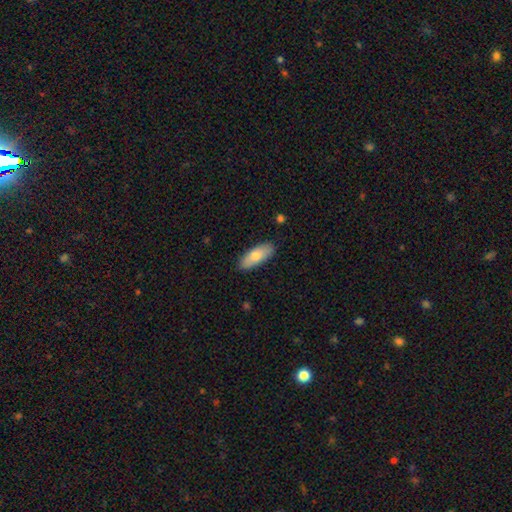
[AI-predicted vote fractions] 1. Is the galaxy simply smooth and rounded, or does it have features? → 76% smooth, 18% featured or disk, 6% star or artifact.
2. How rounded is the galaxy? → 78% in between, 20% cigar-shaped, 2% round.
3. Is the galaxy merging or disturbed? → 86% none, 11% minor disturbance, 2% major disturbance, 1% merger.